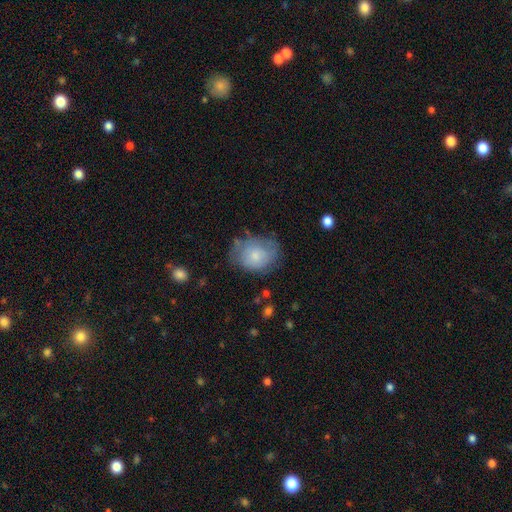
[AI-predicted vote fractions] A smooth galaxy with no disk features (69%) that is in between round and cigar-shaped (54%). Merging: none (55%).